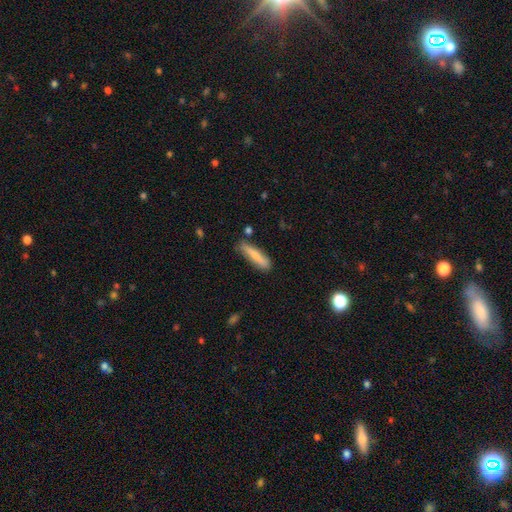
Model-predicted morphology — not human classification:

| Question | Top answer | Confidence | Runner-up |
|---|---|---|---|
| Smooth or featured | smooth | 73% | featured or disk (21%) |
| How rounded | cigar-shaped | 82% | in between (17%) |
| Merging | none | 76% | minor disturbance (17%) |